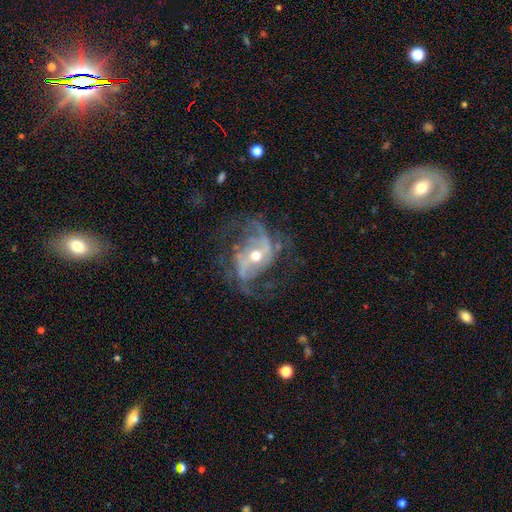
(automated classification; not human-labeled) Morphology: type=featured or disk (89%); edge-on=no (97%); bar=weak (36%); spiral arms=yes (95%); winding=medium (45%); arm count=2 (63%); bulge=moderate (64%); merging=none (62%).